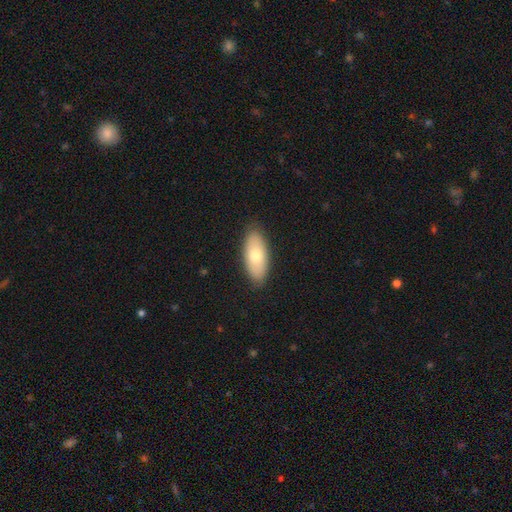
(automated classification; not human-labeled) Smooth or featured? Predicted: smooth (p=0.70). How rounded? Predicted: in between (p=0.87). Merging? Predicted: none (p=0.87).